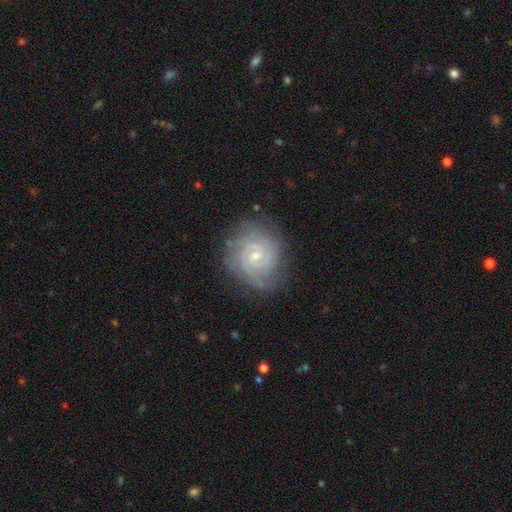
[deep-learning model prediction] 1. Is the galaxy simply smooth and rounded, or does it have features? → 81% featured or disk, 12% smooth, 7% star or artifact.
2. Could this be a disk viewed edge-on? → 98% no, 2% yes.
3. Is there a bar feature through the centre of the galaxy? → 63% no, 32% weak, 5% strong.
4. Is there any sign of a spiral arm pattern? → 95% yes, 5% no.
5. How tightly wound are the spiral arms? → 72% tight, 23% medium, 5% loose.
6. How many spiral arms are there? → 35% can't tell, 23% 2, 19% 3, 12% 4, 6% more than 4, 5% 1.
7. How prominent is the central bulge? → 71% small, 25% moderate, 2% none, 1% large, 1% dominant.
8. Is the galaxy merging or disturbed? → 75% none, 17% minor disturbance, 6% major disturbance, 1% merger.